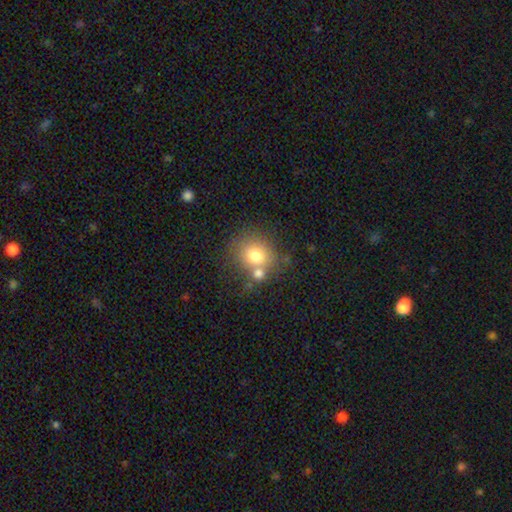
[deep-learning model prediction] This is likely a smooth galaxy (75%). How rounded: likely round (78%). Merging: possibly none (54%).